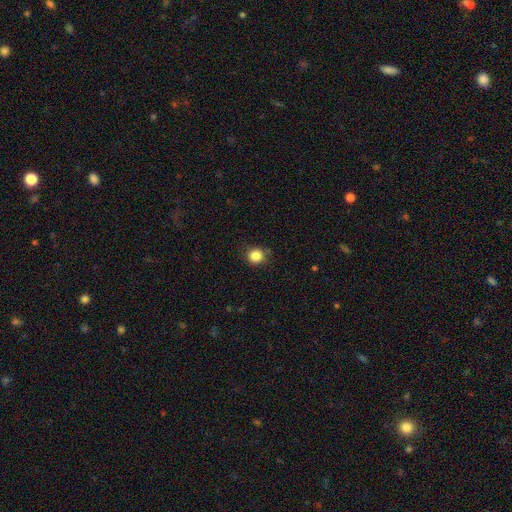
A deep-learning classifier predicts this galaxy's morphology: Q: Smooth or featured?
A: smooth (84%); runner-up: star or artifact (11%)
Q: How rounded?
A: round (91%); runner-up: in between (8%)
Q: Merging?
A: none (85%); runner-up: minor disturbance (11%)